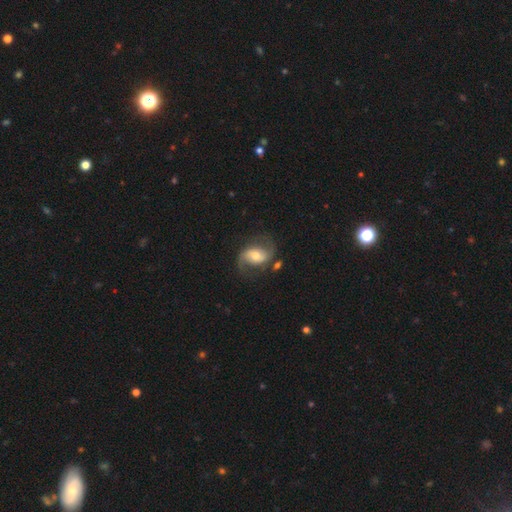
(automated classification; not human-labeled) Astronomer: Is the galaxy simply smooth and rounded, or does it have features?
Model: featured or disk — 75%.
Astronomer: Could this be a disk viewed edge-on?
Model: no — 97%.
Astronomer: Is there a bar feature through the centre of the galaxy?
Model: no — 46% (runner-up: weak, 36%).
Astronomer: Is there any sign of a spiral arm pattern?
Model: yes — 91%.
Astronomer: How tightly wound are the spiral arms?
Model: loose — 51% (runner-up: medium, 38%).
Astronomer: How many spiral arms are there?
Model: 2 — 88%.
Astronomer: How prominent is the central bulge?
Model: moderate — 67%.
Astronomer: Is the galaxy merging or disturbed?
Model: none — 66%.